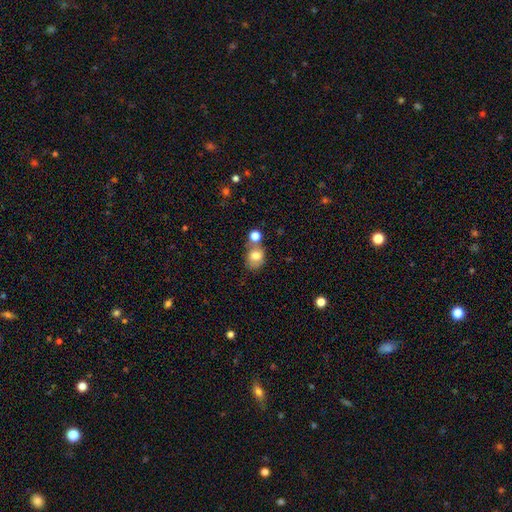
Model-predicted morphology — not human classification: Overall: smooth (76%). How rounded: in between (53%; round 46%). Merging: none (48%; merger 29%).